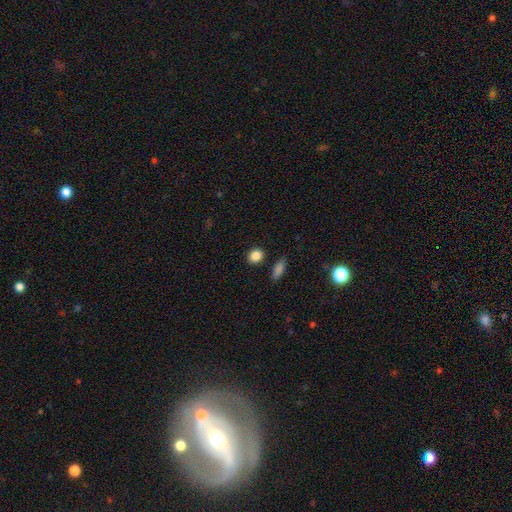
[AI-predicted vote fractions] This is clearly a smooth galaxy (87%). How rounded: possibly round (56%). Merging: clearly none (85%).